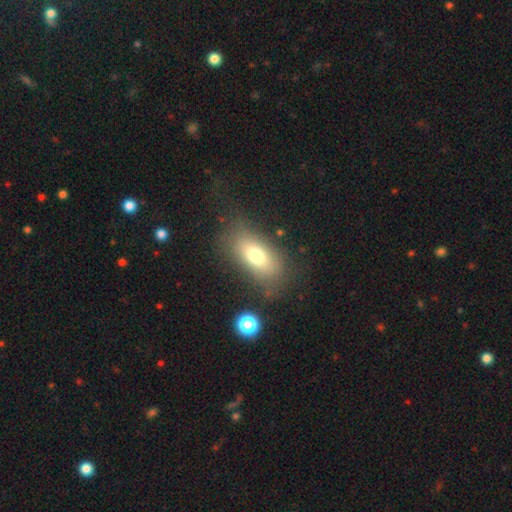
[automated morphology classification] smooth 71%, featured or disk 18%, star or artifact 11%. Down the decision tree: how rounded — in between (84%); merging — none (72%).